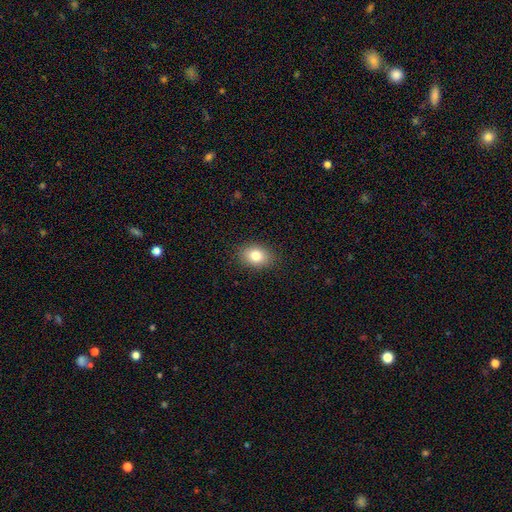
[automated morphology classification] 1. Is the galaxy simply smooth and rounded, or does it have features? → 82% smooth, 9% star or artifact, 9% featured or disk.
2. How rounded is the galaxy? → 70% in between, 29% round, 1% cigar-shaped.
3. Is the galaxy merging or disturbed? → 88% none, 9% minor disturbance, 2% major disturbance, 1% merger.